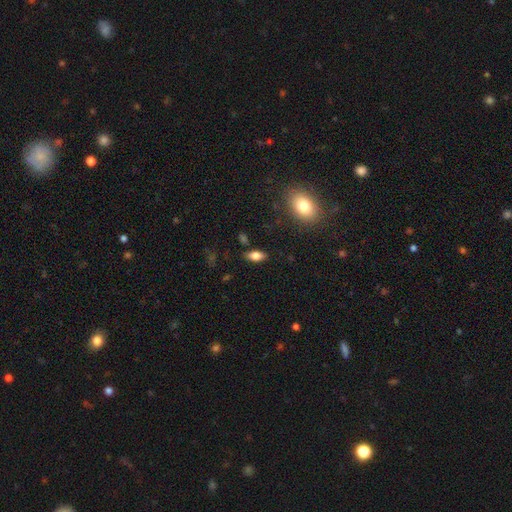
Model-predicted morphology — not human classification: The model was most divided on "smooth or featured": smooth: 71%, featured or disk: 19%, star or artifact: 9%. More confident: how rounded — in between (85%); merging — none (84%).